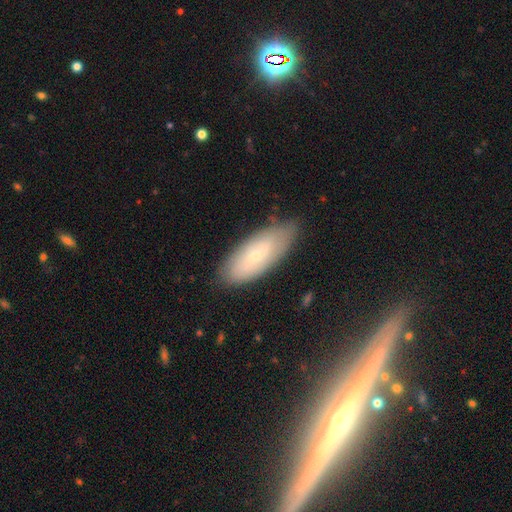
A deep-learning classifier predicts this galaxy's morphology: Overall: smooth (51%; featured or disk 42%). How rounded: in between (79%). Merging: none (78%).